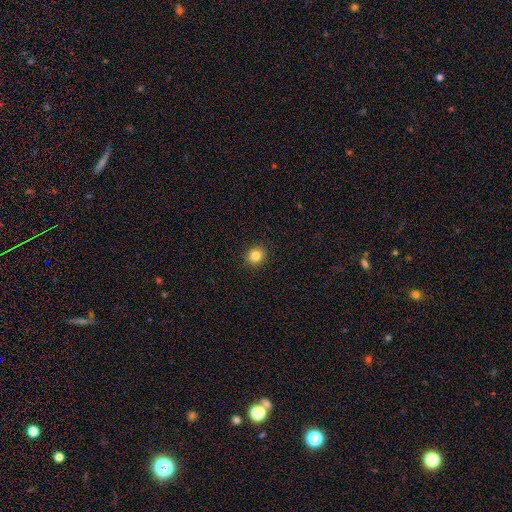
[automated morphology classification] This appears to be a smooth galaxy with no disk features (84%) that is round (85%). Merging: none (92%).